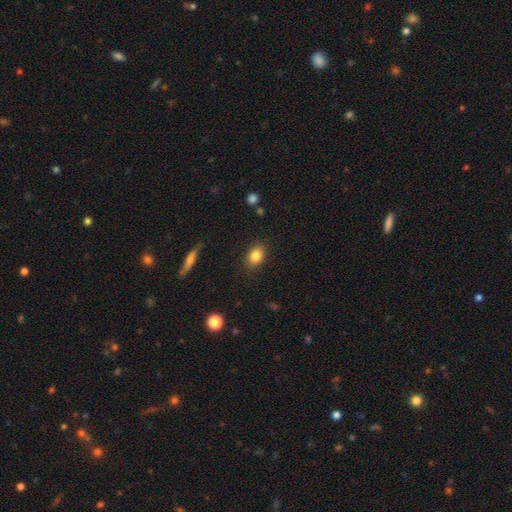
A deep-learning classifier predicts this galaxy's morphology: The model was most divided on "how rounded": in between: 70%, round: 28%, cigar-shaped: 2%. More confident: merging — none (87%); smooth or featured — smooth (83%).